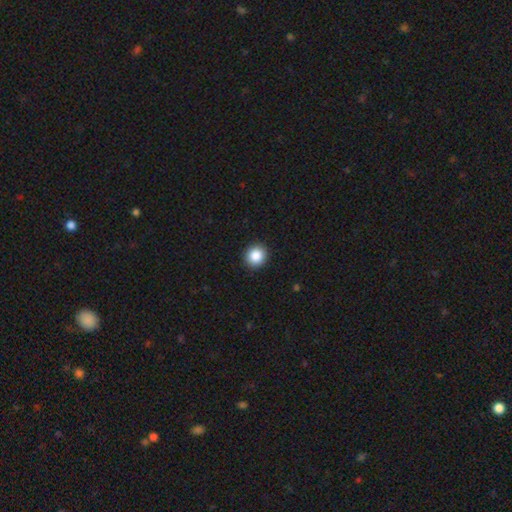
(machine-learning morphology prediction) A smooth galaxy with no disk features (87%) that is round (90%). Merging: none (92%).